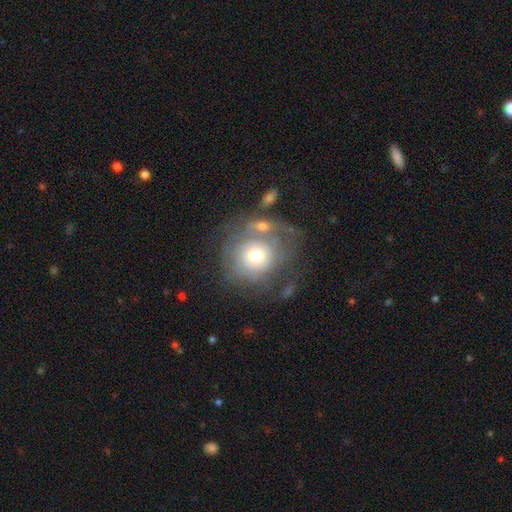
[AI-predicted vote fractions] Smooth or featured? Predicted: featured or disk (p=0.49). Merging? Predicted: none (p=0.45).